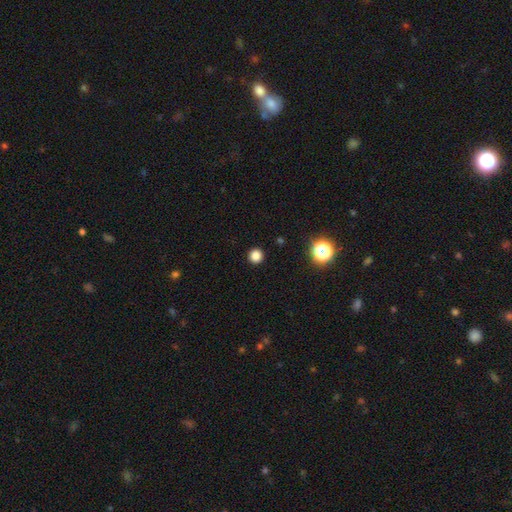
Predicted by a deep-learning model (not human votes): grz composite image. It shows a smooth galaxy with no disk features (83%) that is round (95%). Merging: none (93%).